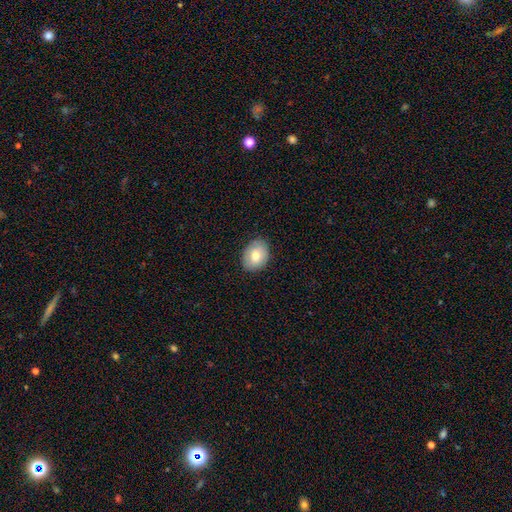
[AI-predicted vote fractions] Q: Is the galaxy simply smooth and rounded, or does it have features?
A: smooth — 76%.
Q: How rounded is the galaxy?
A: in between — 68%.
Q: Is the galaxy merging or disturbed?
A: none — 86%.